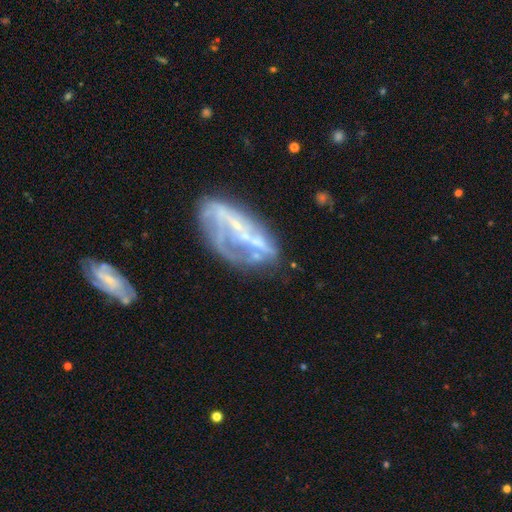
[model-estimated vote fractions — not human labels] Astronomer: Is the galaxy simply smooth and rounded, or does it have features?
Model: featured or disk — 69%.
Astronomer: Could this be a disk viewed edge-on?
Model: no — 94%.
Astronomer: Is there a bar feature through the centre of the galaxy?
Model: no — 54%.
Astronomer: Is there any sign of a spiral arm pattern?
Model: no — 58% (runner-up: yes, 42%).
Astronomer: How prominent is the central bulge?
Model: none — 41% (runner-up: small, 37%).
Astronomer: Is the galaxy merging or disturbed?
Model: none — 35% (runner-up: major disturbance, 32%).